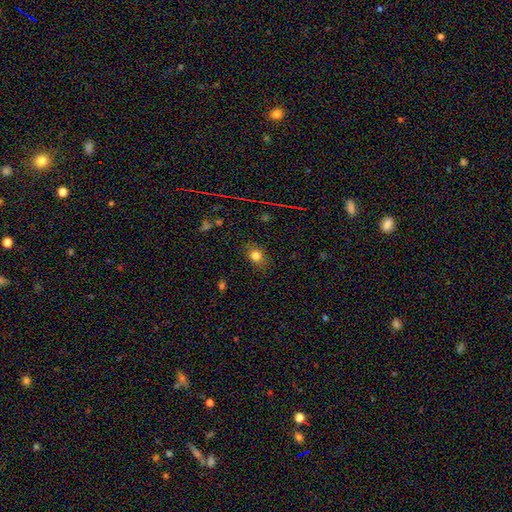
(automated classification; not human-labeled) smooth 79%, star or artifact 14%, featured or disk 7%. Down the decision tree: how rounded — round (57%); merging — none (84%).